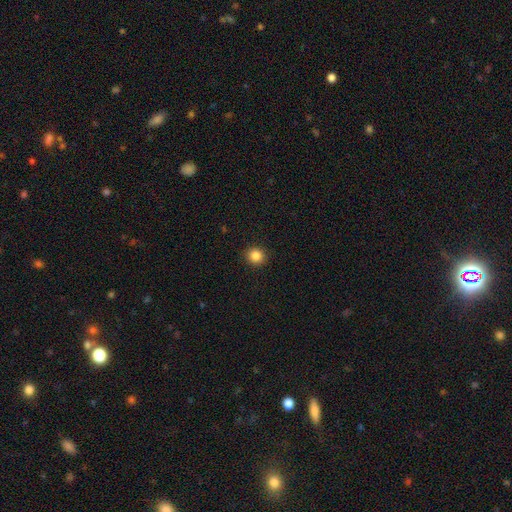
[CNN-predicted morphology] A smooth galaxy with no disk features (85%) that is round (90%).

Vote fractions:
- Smooth or featured? smooth: 85% / star or artifact: 11% / featured or disk: 4%
- How rounded? round: 90% / in between: 9% / cigar-shaped: 1%
- Merging? none: 92% / minor disturbance: 5% / major disturbance: 2% / merger: 1%